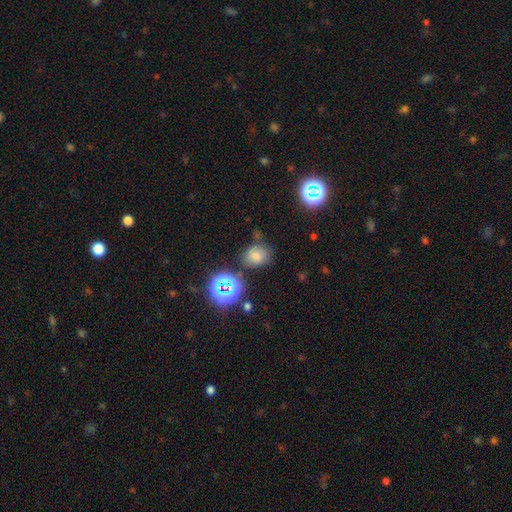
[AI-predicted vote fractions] Overall: smooth (71%). How rounded: round (56%; in between 43%). Merging: none (70%).